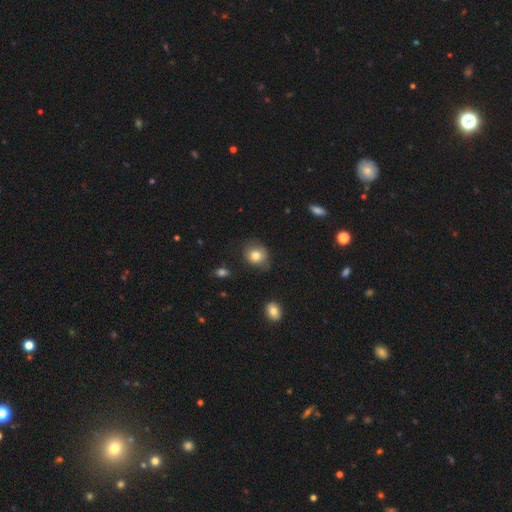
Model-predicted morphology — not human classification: Smooth or featured? smooth (80%)
How rounded? round (74%)
Merging? none (73%)